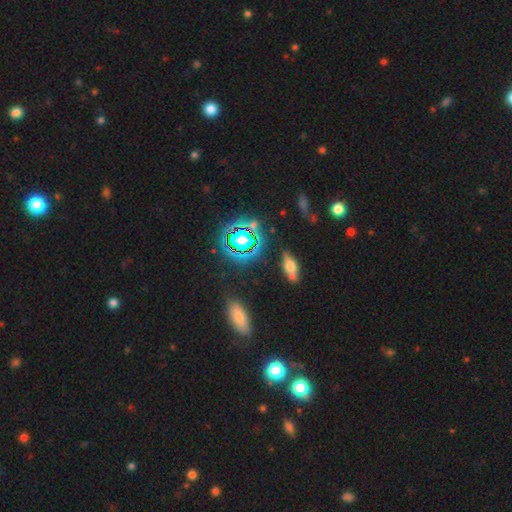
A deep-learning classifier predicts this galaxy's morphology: Smooth or featured? star or artifact (55%)